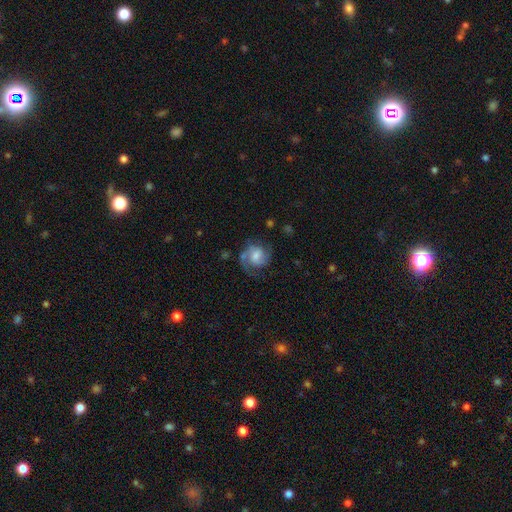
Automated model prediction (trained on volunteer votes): featured or disk 69%, smooth 23%, star or artifact 7%. Down the decision tree: edge-on disk — no (98%); bar — no (51%); spiral arms — yes (92%); spiral arm count — 2 (69%); spiral winding — medium (47%); bulge size — moderate (45%); merging — none (62%).